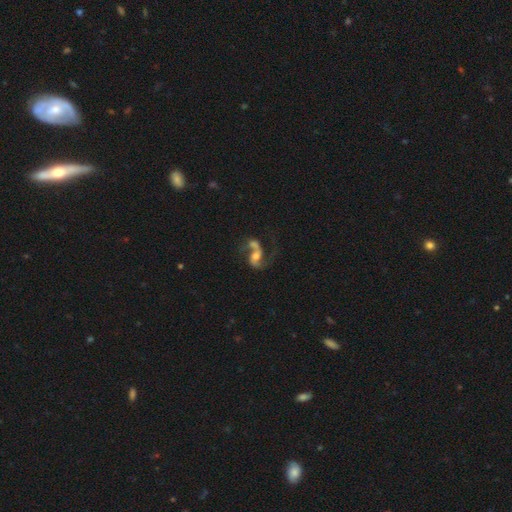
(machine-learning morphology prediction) Smooth or featured?
  - featured or disk: 77% *
  - smooth: 15%
  - star or artifact: 8%
Edge-on disk?
  - no: 97% *
  - yes: 3%
Bar?
  - no: 49% *
  - weak: 35%
  - strong: 16%
Spiral arms?
  - yes: 90% *
  - no: 10%
Spiral winding?
  - loose: 65% *
  - medium: 29%
  - tight: 6%
Spiral arm count?
  - 2: 83% *
  - 1: 11%
  - can't tell: 3%
  - 3: 1%
  - 4: 1%
  - more than 4: 1%
Bulge size?
  - moderate: 55% *
  - small: 23%
  - large: 15%
  - none: 6%
  - dominant: 2%
Merging?
  - merger: 38% *
  - none: 35%
  - major disturbance: 14%
  - minor disturbance: 12%